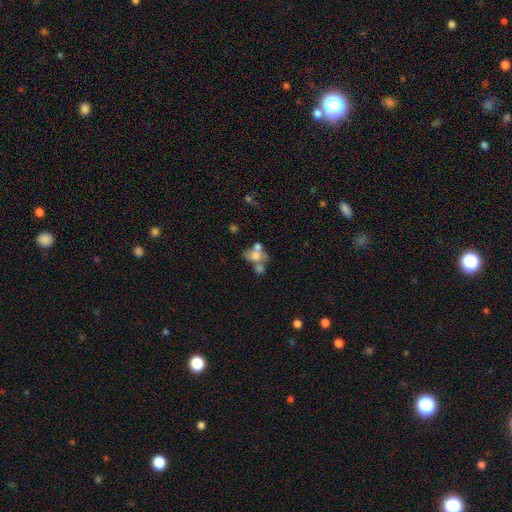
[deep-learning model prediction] A smooth galaxy with no disk features (56%) that is in between round and cigar-shaped (63%).

Vote fractions:
- Smooth or featured? smooth: 56% / featured or disk: 31% / star or artifact: 13%
- How rounded? in between: 63% / round: 35% / cigar-shaped: 2%
- Merging? merger: 51% / none: 25% / major disturbance: 13% / minor disturbance: 12%